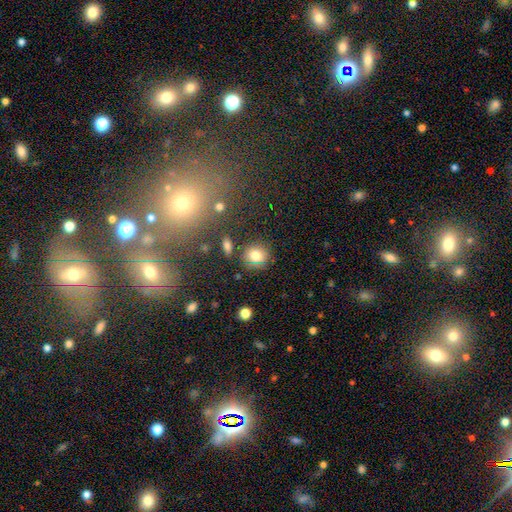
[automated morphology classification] Overall: smooth (79%). How rounded: round (83%). Merging: none (79%).